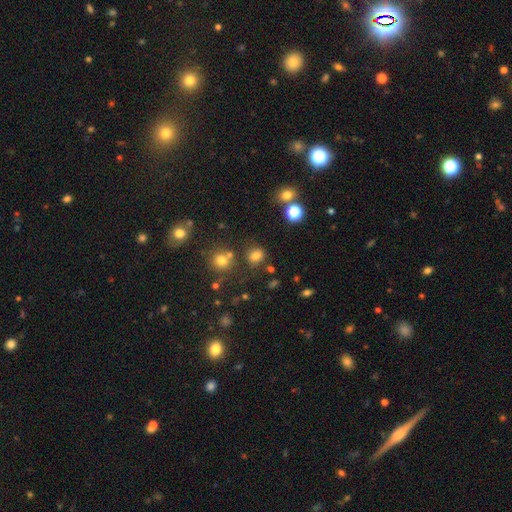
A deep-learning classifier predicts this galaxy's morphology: A smooth galaxy with no disk features (75%) that is round (60%).

Vote fractions:
- Smooth or featured? smooth: 75% / star or artifact: 18% / featured or disk: 7%
- How rounded? round: 60% / in between: 39% / cigar-shaped: 1%
- Merging? none: 75% / minor disturbance: 12% / merger: 9% / major disturbance: 4%